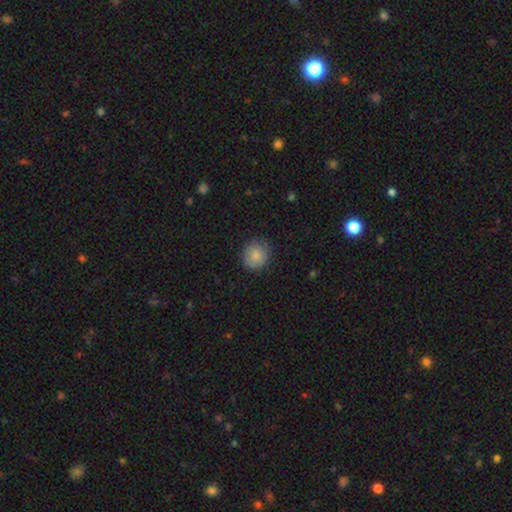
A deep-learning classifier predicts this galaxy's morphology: This is clearly a smooth galaxy (83%). How rounded: clearly round (88%). Merging: clearly none (82%).